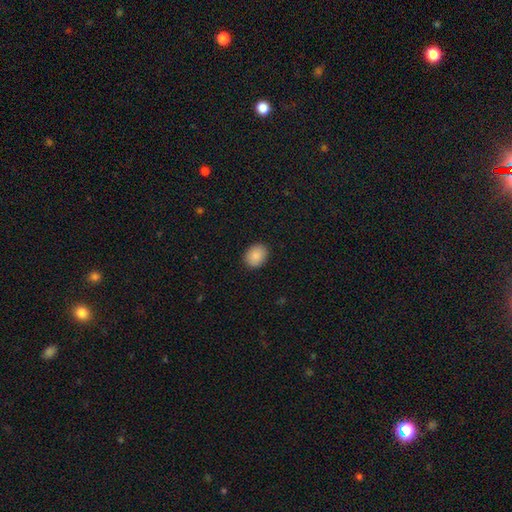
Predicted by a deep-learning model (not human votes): smooth_or_featured: smooth (p=0.88) [alt: star or artifact p=0.08]
how_rounded: in between (p=0.56) [alt: round p=0.43]
merging: none (p=0.90) [alt: minor disturbance p=0.08]